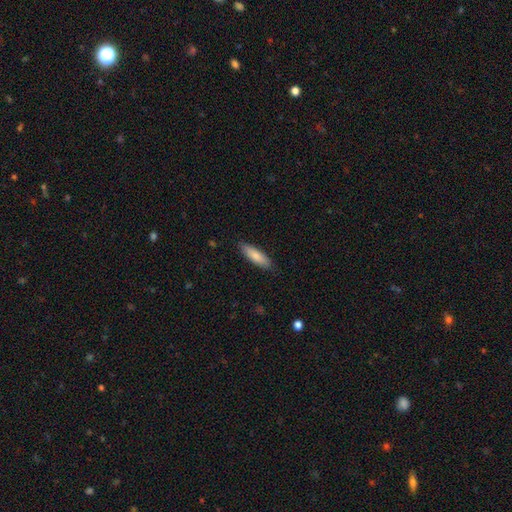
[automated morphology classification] type=smooth (82%); roundness=cigar-shaped (59%); merging=none (87%).